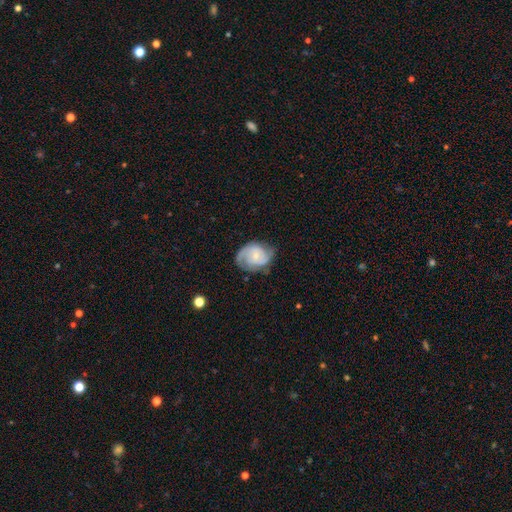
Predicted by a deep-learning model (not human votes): A featured or disk galaxy (72%) with no bar (61%), 2 (71%) medium (45%) spiral arms (92%) and a small central bulge (66%).

Vote fractions:
- Smooth or featured? featured or disk: 72% / smooth: 22% / star or artifact: 6%
- Edge-on disk? no: 98% / yes: 2%
- Bar? no: 61% / weak: 33% / strong: 6%
- Spiral arms? yes: 92% / no: 8%
- Spiral winding? medium: 45% / tight: 36% / loose: 18%
- Spiral arm count? 2: 71% / can't tell: 13% / 3: 6% / 1: 6% / 4: 2% / more than 4: 2%
- Bulge size? small: 66% / moderate: 25% / none: 5% / large: 2% / dominant: 1%
- Merging? none: 63% / minor disturbance: 24% / major disturbance: 11% / merger: 1%